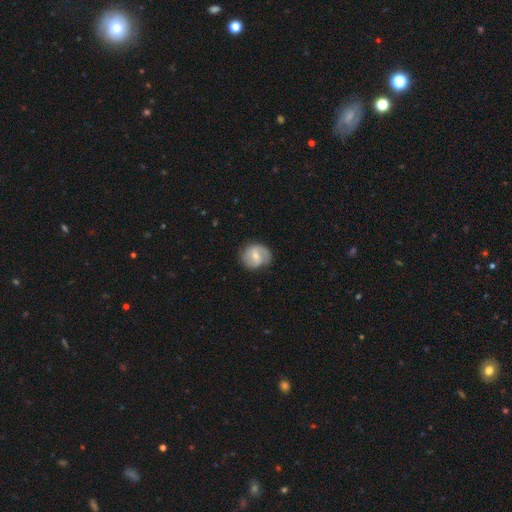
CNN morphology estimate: Smooth or featured? featured or disk (57%)
Edge-on disk? no (97%)
Bar? weak (54%)
Spiral arms? yes (81%)
Bulge size? small (49%)
Merging? none (74%)